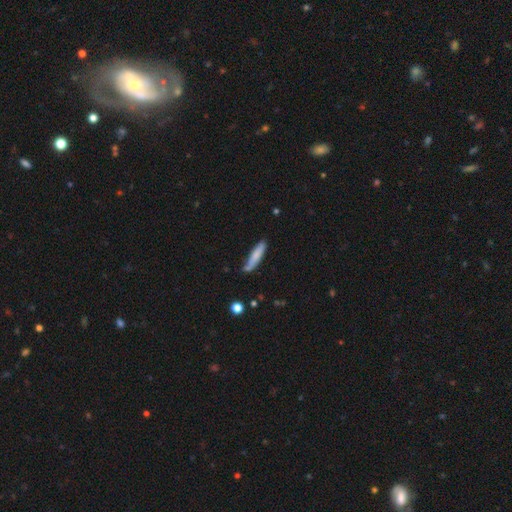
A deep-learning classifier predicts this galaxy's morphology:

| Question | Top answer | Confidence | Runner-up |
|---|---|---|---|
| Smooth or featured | smooth | 74% | featured or disk (20%) |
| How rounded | cigar-shaped | 85% | in between (14%) |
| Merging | none | 68% | minor disturbance (23%) |